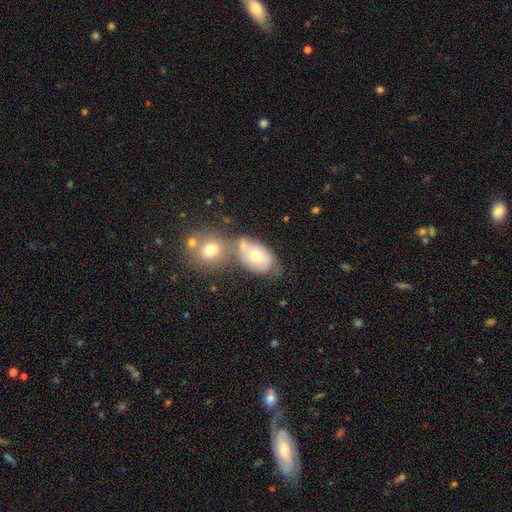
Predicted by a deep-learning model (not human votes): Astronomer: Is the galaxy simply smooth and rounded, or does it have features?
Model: smooth — 60%.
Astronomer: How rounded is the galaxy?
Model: in between — 78%.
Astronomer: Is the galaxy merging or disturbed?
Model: merger — 39% (runner-up: none, 37%).